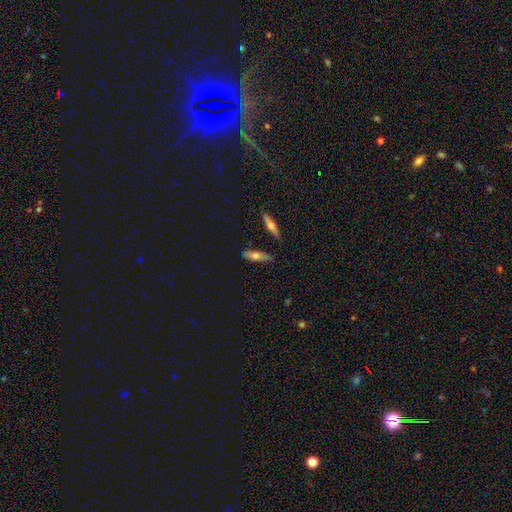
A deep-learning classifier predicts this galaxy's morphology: Smooth or featured? smooth (51%)
How rounded? cigar-shaped (69%)
Merging? none (81%)